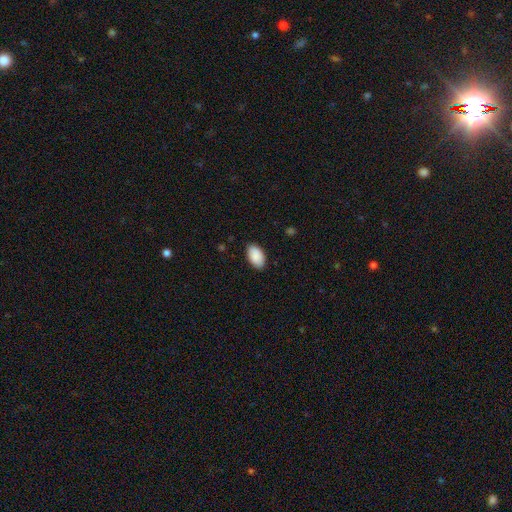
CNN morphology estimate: type=smooth (91%); roundness=in between (95%); merging=none (87%).